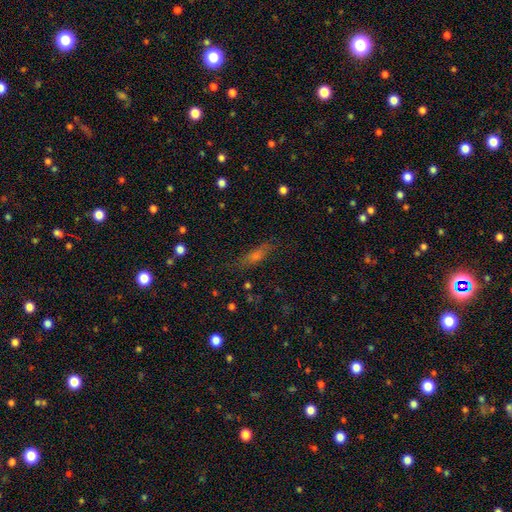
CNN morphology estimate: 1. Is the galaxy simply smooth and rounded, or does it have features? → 49% smooth, 30% featured or disk, 21% star or artifact.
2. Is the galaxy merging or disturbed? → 77% none, 15% minor disturbance, 6% major disturbance, 2% merger.